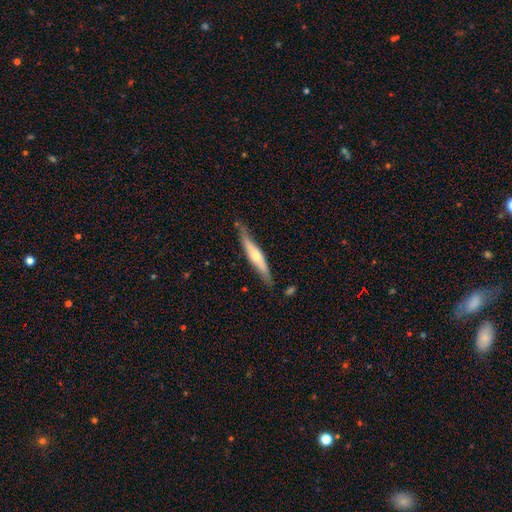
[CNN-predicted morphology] Smooth or featured?
  - featured or disk: 55% *
  - smooth: 40%
  - star or artifact: 5%
Edge-on disk?
  - yes: 90% *
  - no: 10%
Merging?
  - none: 78% *
  - minor disturbance: 16%
  - major disturbance: 3%
  - merger: 2%